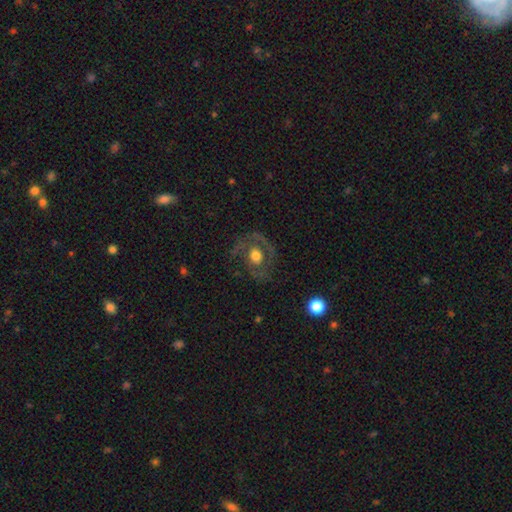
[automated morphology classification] Q: Smooth or featured?
A: featured or disk (64%); runner-up: smooth (28%)
Q: Edge-on disk?
A: no (96%); runner-up: yes (4%)
Q: Bar?
A: no (80%); runner-up: weak (16%)
Q: Spiral arms?
A: yes (60%); runner-up: no (40%)
Q: Bulge size?
A: moderate (55%); runner-up: large (34%)
Q: Merging?
A: none (67%); runner-up: minor disturbance (17%)